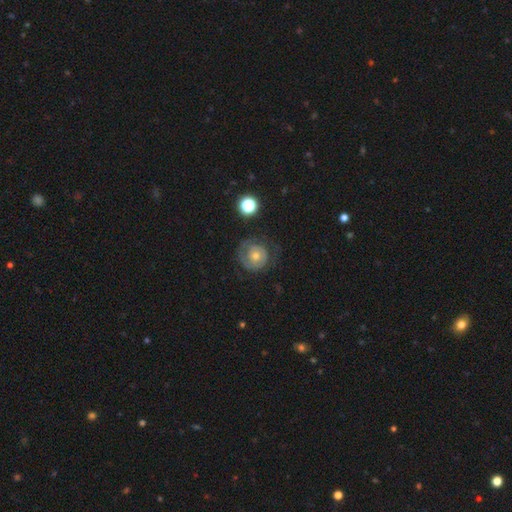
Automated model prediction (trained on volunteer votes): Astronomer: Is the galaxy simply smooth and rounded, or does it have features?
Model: featured or disk — 65%.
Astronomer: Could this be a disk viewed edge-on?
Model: no — 98%.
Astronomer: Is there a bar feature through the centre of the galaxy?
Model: no — 81%.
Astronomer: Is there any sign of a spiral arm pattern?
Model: yes — 78%.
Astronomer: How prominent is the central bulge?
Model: moderate — 53% (runner-up: small, 41%).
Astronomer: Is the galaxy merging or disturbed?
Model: none — 66%.